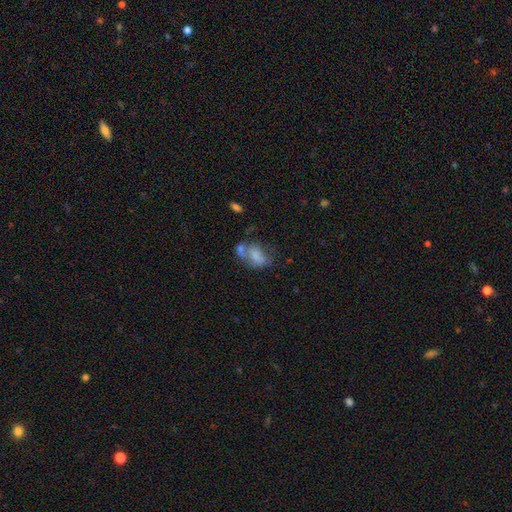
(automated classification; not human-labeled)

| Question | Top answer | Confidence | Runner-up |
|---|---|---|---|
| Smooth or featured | smooth | 64% | featured or disk (25%) |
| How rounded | in between | 84% | round (14%) |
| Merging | merger | 39% | none (24%) |